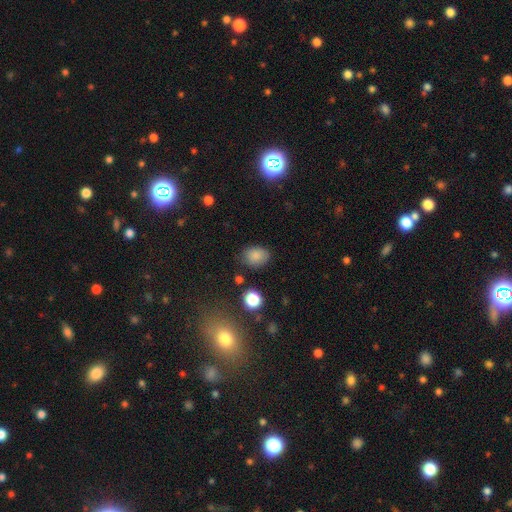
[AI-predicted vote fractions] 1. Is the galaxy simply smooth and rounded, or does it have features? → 83% smooth, 11% star or artifact, 6% featured or disk.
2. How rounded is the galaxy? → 65% in between, 33% round, 1% cigar-shaped.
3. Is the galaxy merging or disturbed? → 77% none, 16% minor disturbance, 4% major disturbance, 3% merger.